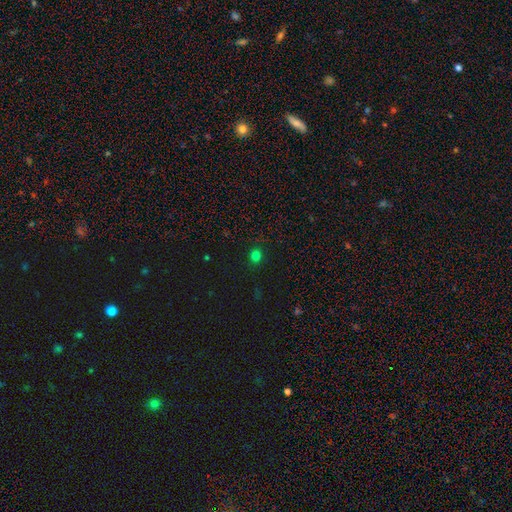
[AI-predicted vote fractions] The model was most divided on "how rounded": round: 78%, in between: 21%, cigar-shaped: 1%. More confident: merging — none (90%); smooth or featured — smooth (78%).